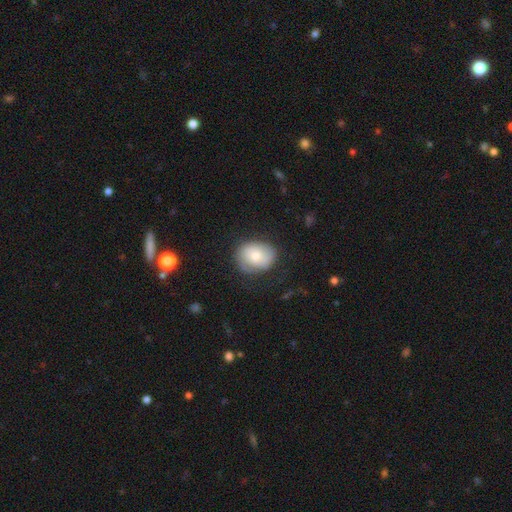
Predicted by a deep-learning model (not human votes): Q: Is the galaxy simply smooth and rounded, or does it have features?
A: smooth — 64%.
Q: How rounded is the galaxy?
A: in between — 53%.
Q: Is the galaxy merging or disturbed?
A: none — 71%.